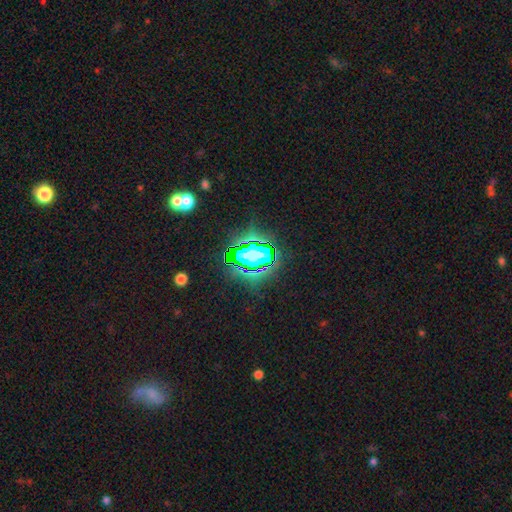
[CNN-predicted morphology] Q: Smooth or featured?
A: star or artifact (72%); runner-up: smooth (16%)